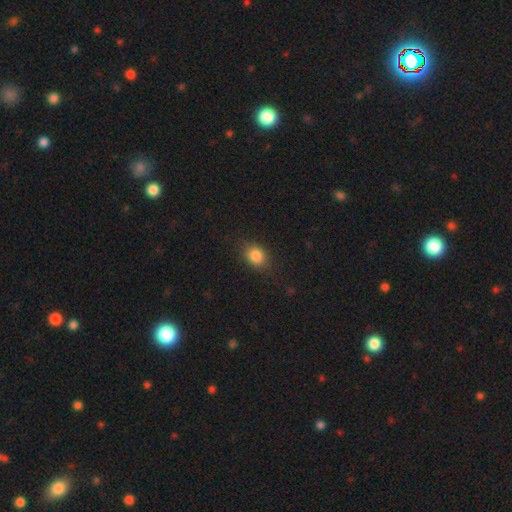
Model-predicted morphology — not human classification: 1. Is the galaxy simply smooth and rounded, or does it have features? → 84% smooth, 10% star or artifact, 6% featured or disk.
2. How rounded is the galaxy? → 63% in between, 36% round, 1% cigar-shaped.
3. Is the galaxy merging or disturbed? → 83% none, 12% minor disturbance, 3% major disturbance, 1% merger.